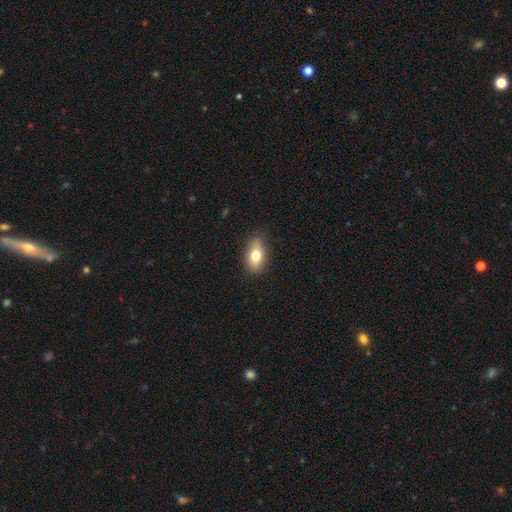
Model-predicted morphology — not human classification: Q: Smooth or featured?
A: smooth (74%); runner-up: featured or disk (18%)
Q: How rounded?
A: in between (84%); runner-up: round (10%)
Q: Merging?
A: none (82%); runner-up: minor disturbance (14%)